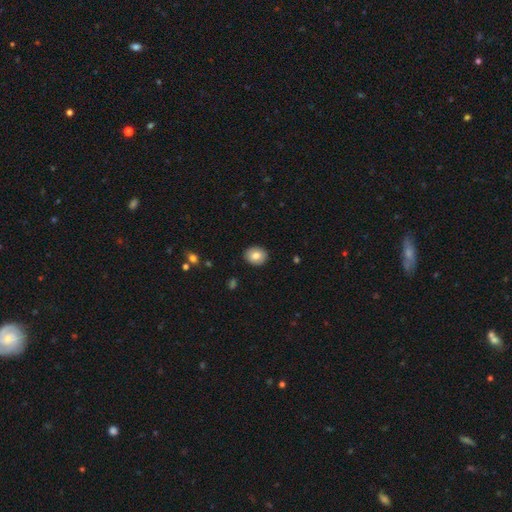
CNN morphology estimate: smooth-or-featured: smooth: 81% | featured or disk: 11% | star or artifact: 8%
  how-rounded: round: 54% | in between: 45% | cigar-shaped: 1%
  merging: none: 90% | minor disturbance: 7% | major disturbance: 2% | merger: 1%